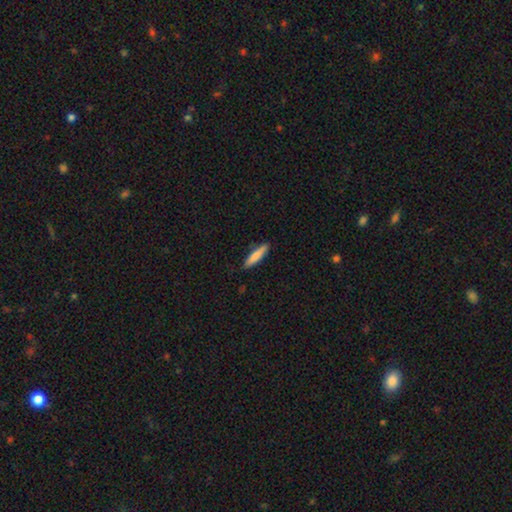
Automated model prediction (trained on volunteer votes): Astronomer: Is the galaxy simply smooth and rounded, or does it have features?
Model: smooth — 78%.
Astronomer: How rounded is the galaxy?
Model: cigar-shaped — 84%.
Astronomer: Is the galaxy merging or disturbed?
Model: none — 85%.